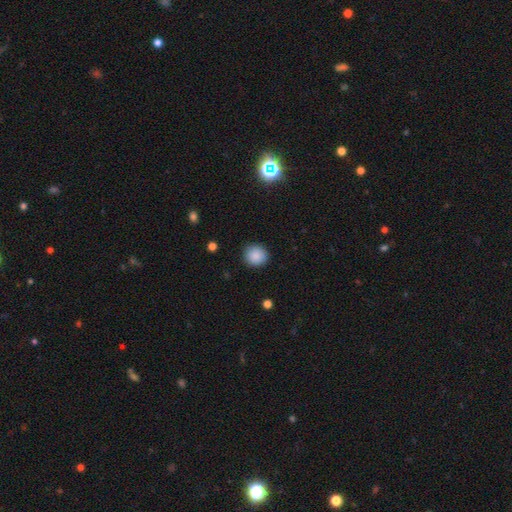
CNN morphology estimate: A smooth galaxy with no disk features (88%) that is round (91%). Merging: none (90%).